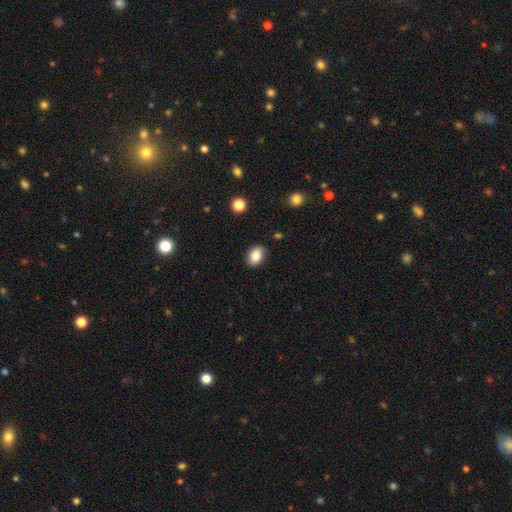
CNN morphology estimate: Q: Smooth or featured?
A: smooth (84%); runner-up: star or artifact (8%)
Q: How rounded?
A: in between (71%); runner-up: round (28%)
Q: Merging?
A: none (86%); runner-up: minor disturbance (11%)